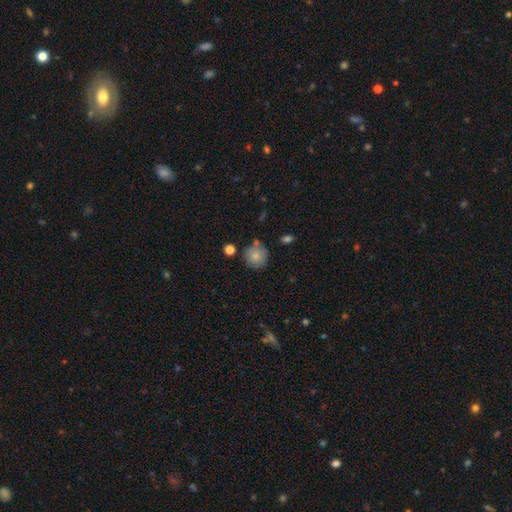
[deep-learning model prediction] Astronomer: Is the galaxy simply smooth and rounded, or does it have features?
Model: smooth — 82%.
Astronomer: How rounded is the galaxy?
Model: round — 92%.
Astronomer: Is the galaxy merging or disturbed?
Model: none — 75%.